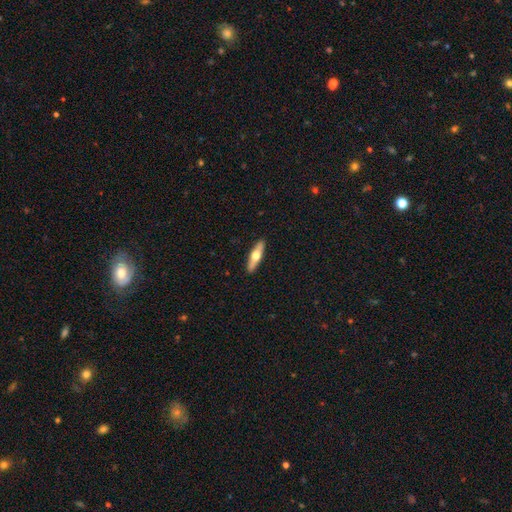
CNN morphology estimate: Smooth or featured? featured or disk (50%)
Edge-on disk? yes (90%)
Merging? none (91%)